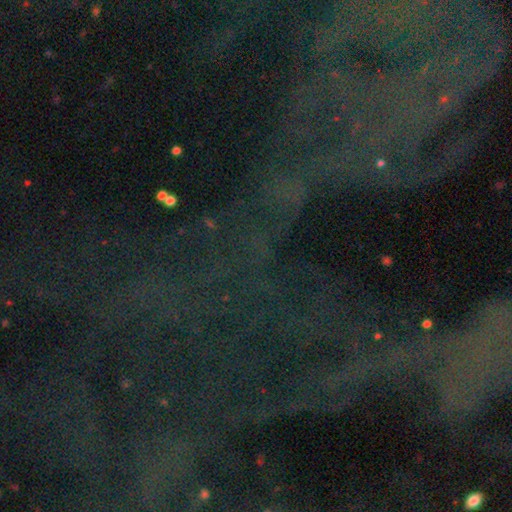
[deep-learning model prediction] smooth_or_featured: star or artifact (p=0.78) [alt: smooth p=0.11]